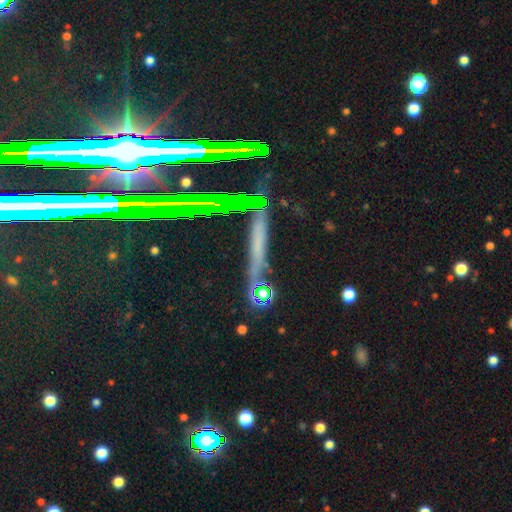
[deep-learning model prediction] featured or disk 37%, star or artifact 34%, smooth 29%. Down the decision tree: merging — none (78%).